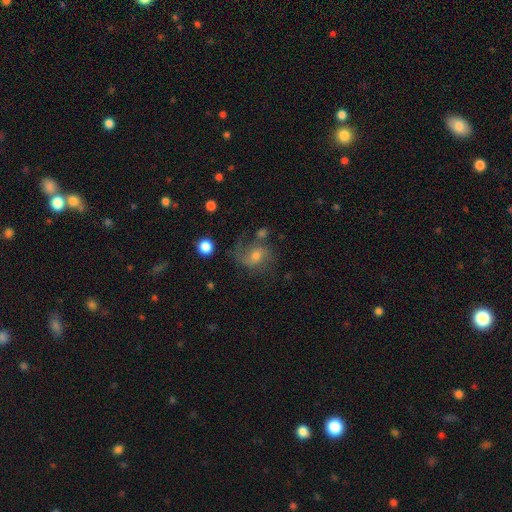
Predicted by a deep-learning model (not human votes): Smooth or featured: featured or disk — 56% (smooth — 30%)
Edge-on disk: no — 97% (yes — 3%)
Bar: no — 59% (weak — 35%)
Spiral arms: yes — 87% (no — 13%)
Bulge size: moderate — 56% (small — 26%)
Merging: none — 50% (major disturbance — 22%)